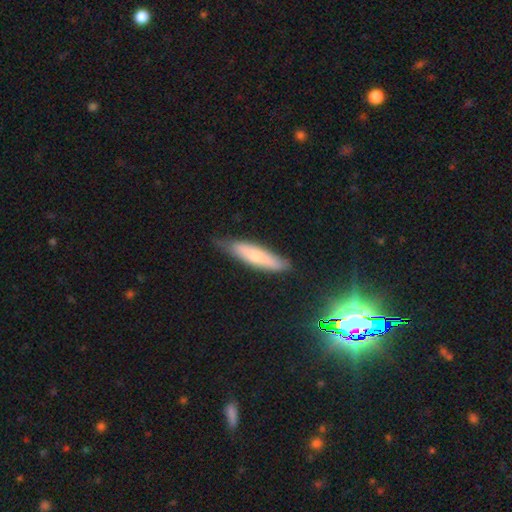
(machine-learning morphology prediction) Smooth or featured?
  - smooth: 48% *
  - featured or disk: 31%
  - star or artifact: 20%
Merging?
  - none: 80% *
  - minor disturbance: 16%
  - major disturbance: 3%
  - merger: 1%